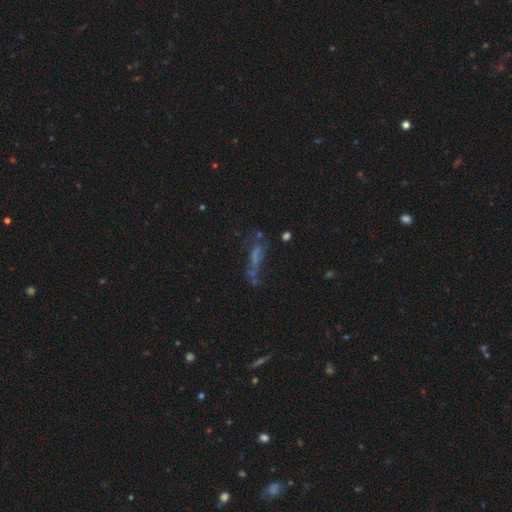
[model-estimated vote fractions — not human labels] A smooth galaxy with no disk features (35%). Merging: none (38%).